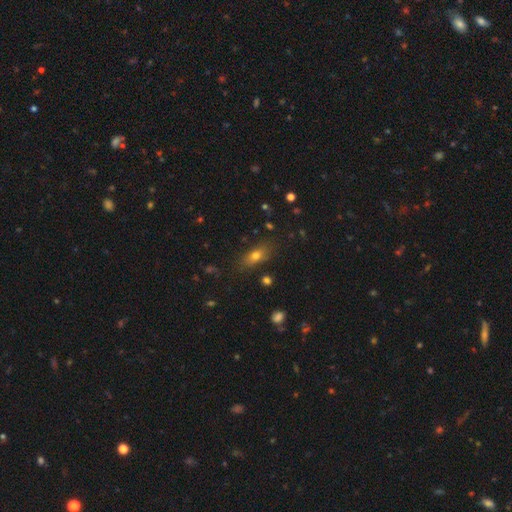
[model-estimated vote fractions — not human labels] This appears to be a smooth galaxy with no disk features (68%) that is in between round and cigar-shaped (65%). Merging: none (80%).